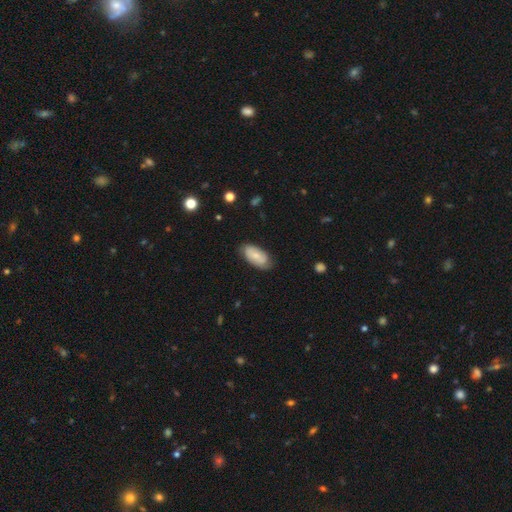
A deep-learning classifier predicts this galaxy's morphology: smooth 66%, featured or disk 28%, star or artifact 6%. Down the decision tree: how rounded — in between (93%); merging — none (78%).